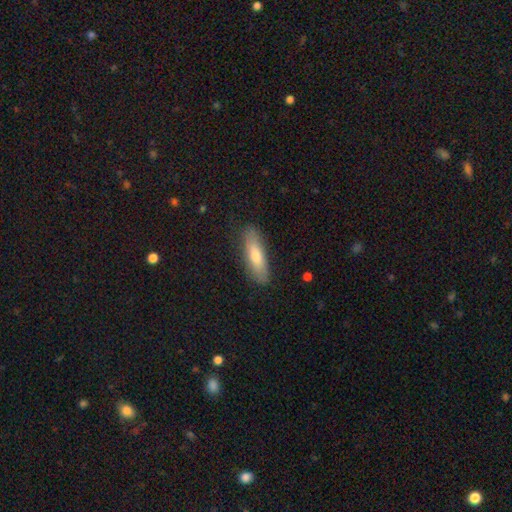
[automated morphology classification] smooth-or-featured: smooth: 70% | featured or disk: 24% | star or artifact: 6%
  how-rounded: cigar-shaped: 56% | in between: 42% | round: 2%
  merging: none: 85% | minor disturbance: 12% | major disturbance: 2% | merger: 1%